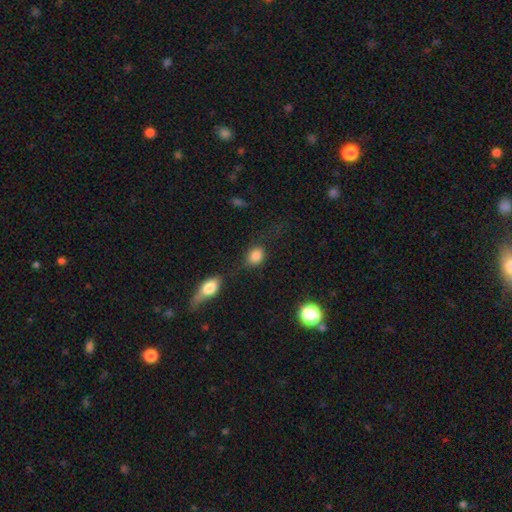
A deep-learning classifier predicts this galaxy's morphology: Smooth or featured? Predicted: smooth (p=0.83). How rounded? Predicted: round (p=0.53). Merging? Predicted: none (p=0.60).